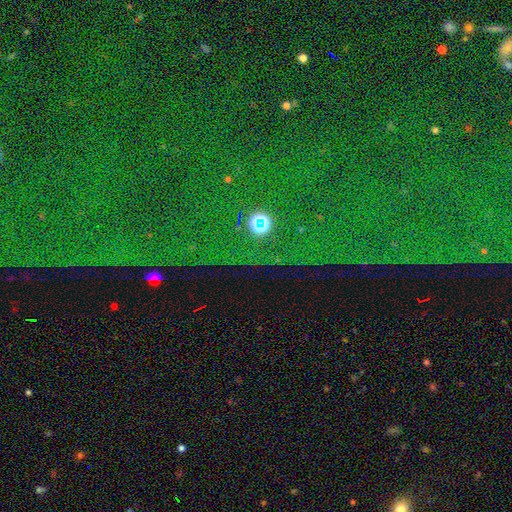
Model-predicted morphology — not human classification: star or artifact 83%, featured or disk 8%, smooth 8%.